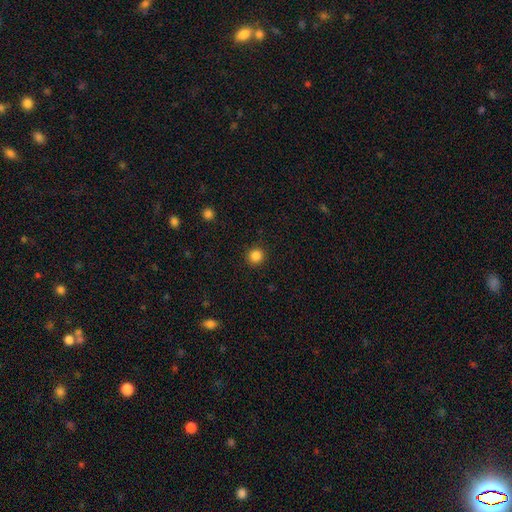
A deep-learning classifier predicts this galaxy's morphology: The model was most divided on "smooth or featured": smooth: 85%, star or artifact: 11%, featured or disk: 3%. More confident: how rounded — round (93%); merging — none (92%).